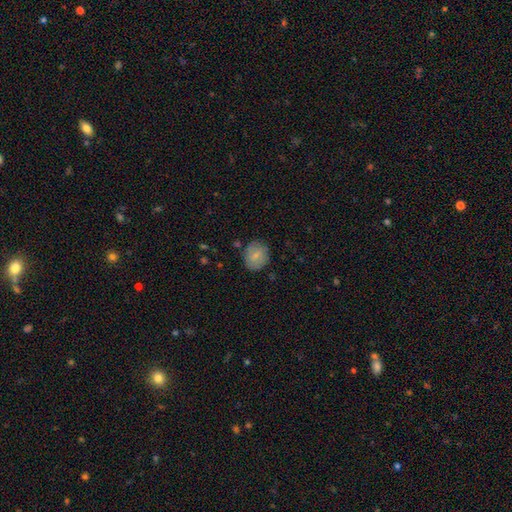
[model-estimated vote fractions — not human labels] Smooth or featured? smooth (74%)
How rounded? round (64%)
Merging? none (79%)